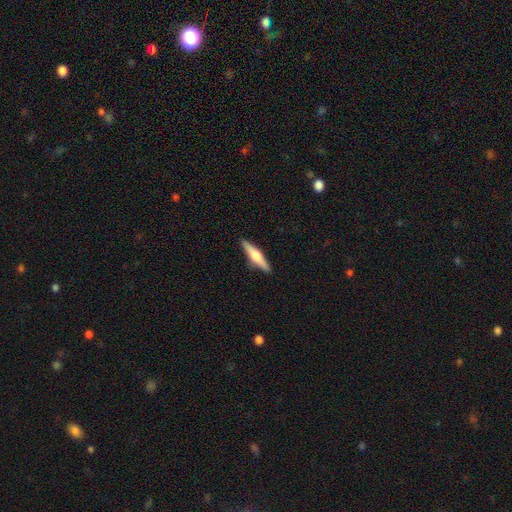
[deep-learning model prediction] smooth_or_featured: featured or disk (p=0.52) [alt: smooth p=0.43]
disk_edge_on: yes (p=0.96) [alt: no p=0.04]
merging: none (p=0.91) [alt: minor disturbance p=0.07]